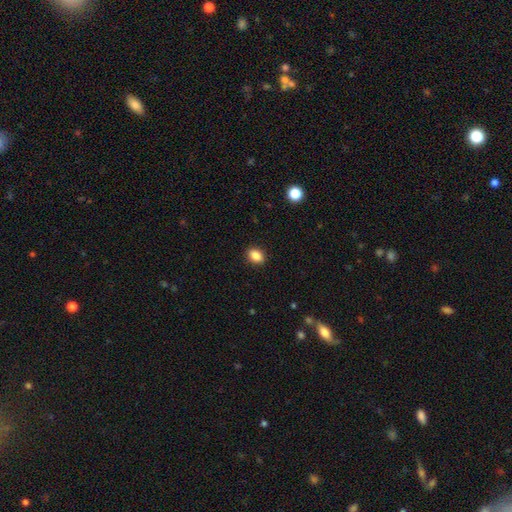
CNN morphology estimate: Q: Smooth or featured?
A: smooth (87%); runner-up: star or artifact (9%)
Q: How rounded?
A: in between (73%); runner-up: round (26%)
Q: Merging?
A: none (90%); runner-up: minor disturbance (7%)